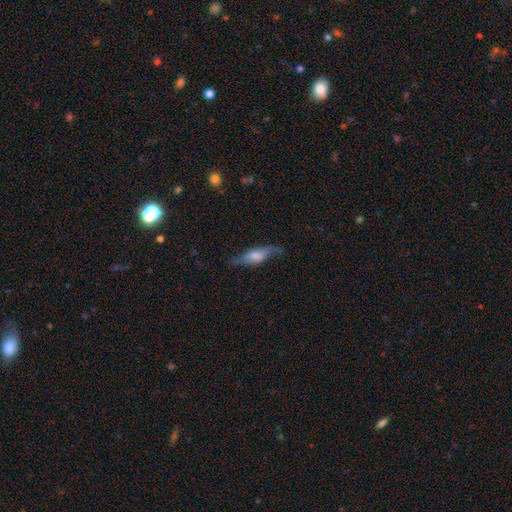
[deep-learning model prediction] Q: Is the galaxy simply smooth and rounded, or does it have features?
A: featured or disk — 47%.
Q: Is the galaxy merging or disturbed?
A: none — 62%.